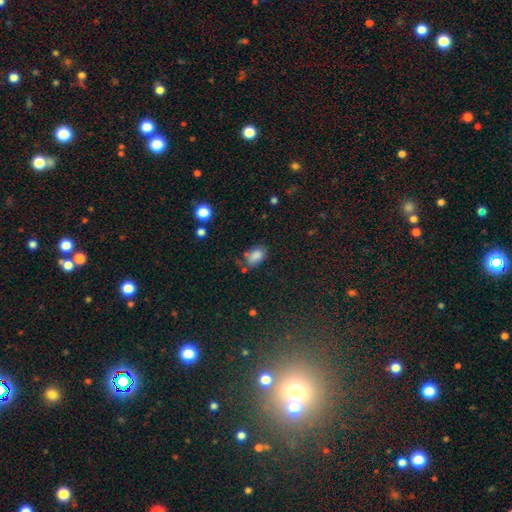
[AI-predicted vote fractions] Morphology: type=smooth (81%); roundness=in between (88%); merging=none (55%).